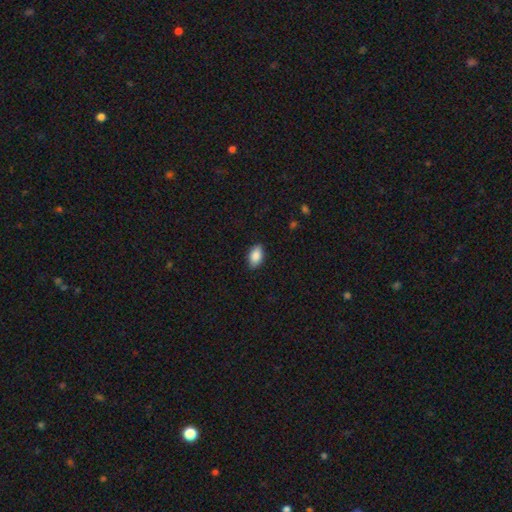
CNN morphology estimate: Smooth or featured? Predicted: smooth (p=0.88). How rounded? Predicted: in between (p=0.92). Merging? Predicted: none (p=0.87).